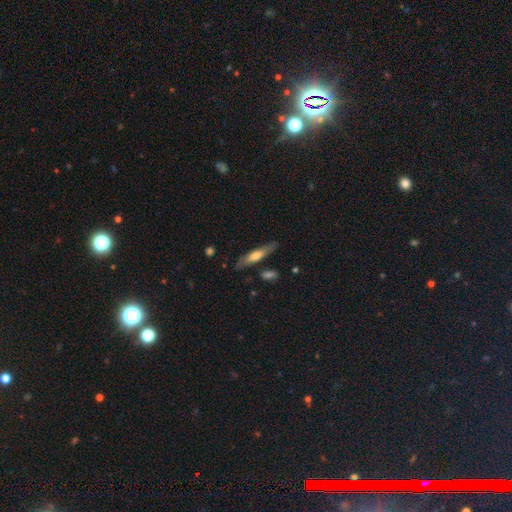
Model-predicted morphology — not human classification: Q: Smooth or featured?
A: featured or disk (47%); tied with: smooth (47%)
Q: Merging?
A: none (79%); runner-up: minor disturbance (14%)